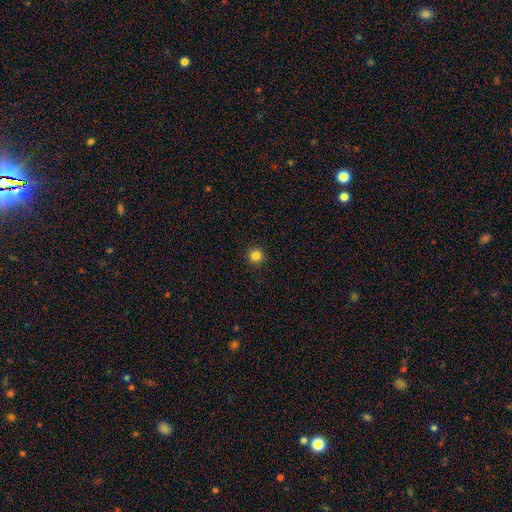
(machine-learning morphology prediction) A smooth galaxy with no disk features (83%) that is round (96%). Merging: none (93%).